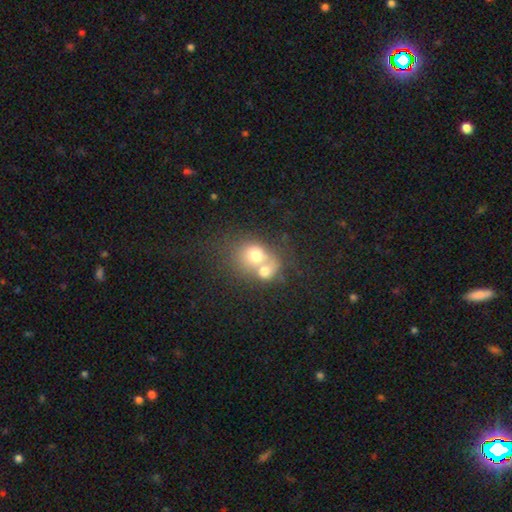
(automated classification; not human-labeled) Morphology: type=smooth (66%); roundness=round (62%); merging=merger (69%).